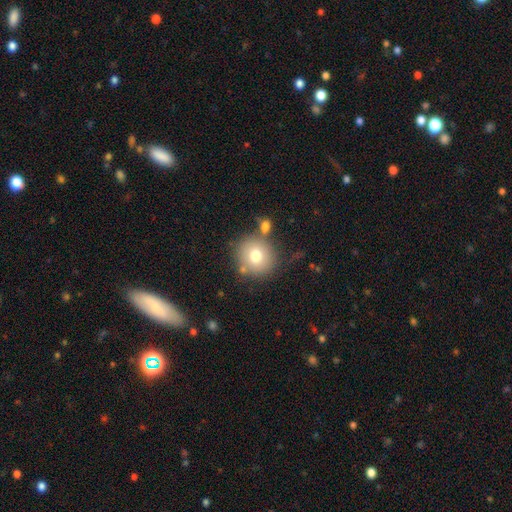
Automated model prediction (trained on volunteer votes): Overall: smooth (74%). How rounded: round (91%). Merging: none (71%).